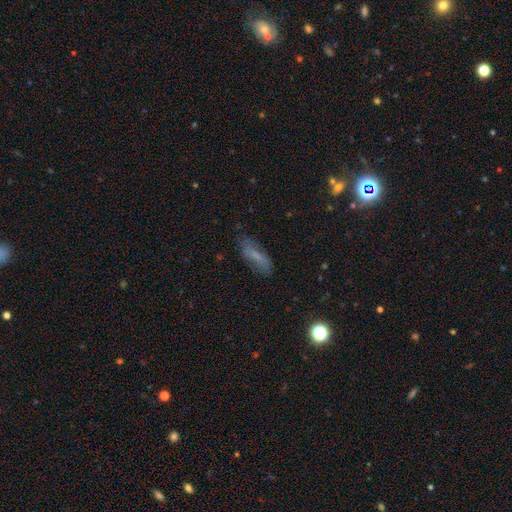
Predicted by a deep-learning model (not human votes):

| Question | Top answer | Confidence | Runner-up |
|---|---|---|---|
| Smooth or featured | smooth | 56% | featured or disk (31%) |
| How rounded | in between | 49% | cigar-shaped (47%) |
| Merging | none | 73% | minor disturbance (19%) |